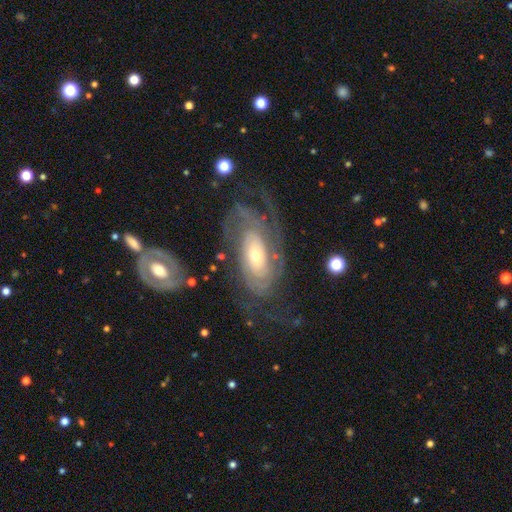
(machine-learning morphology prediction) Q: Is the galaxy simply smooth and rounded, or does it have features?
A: featured or disk — 85%.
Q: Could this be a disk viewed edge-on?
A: no — 93%.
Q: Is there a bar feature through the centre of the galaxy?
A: no — 69%.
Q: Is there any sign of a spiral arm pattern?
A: yes — 92%.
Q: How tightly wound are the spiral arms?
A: tight — 66%.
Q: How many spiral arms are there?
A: can't tell — 38%.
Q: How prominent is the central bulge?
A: small — 48%.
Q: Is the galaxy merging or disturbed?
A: none — 60%.